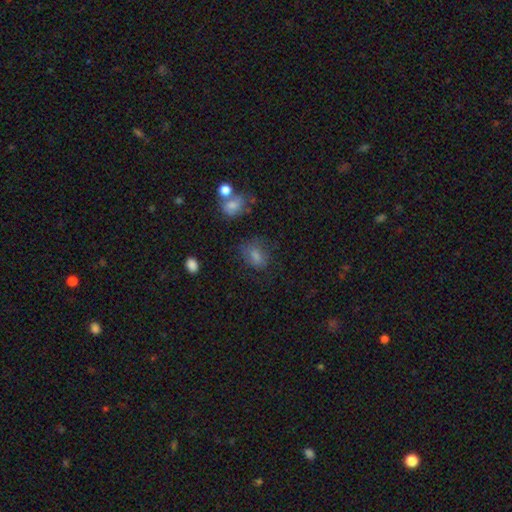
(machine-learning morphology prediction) Smooth or featured: smooth — 79% (star or artifact — 11%)
How rounded: in between — 69% (round — 29%)
Merging: none — 59% (minor disturbance — 24%)